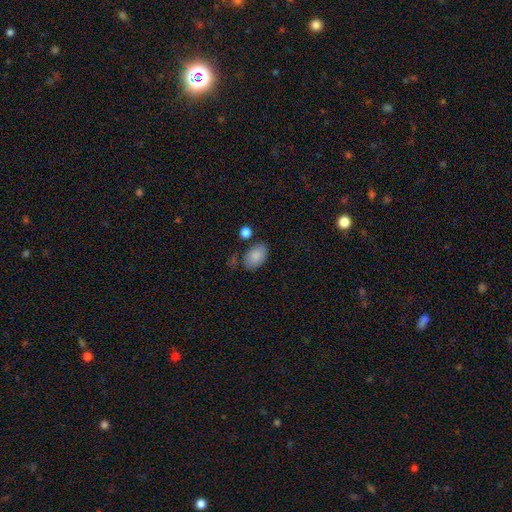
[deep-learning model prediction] This appears to be a smooth galaxy with no disk features (86%) that is in between round and cigar-shaped (91%). Merging: none (71%).